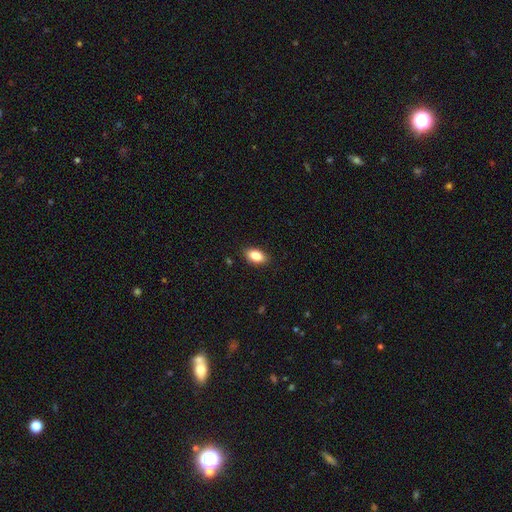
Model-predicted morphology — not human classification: Q: Smooth or featured?
A: smooth (86%); runner-up: star or artifact (8%)
Q: How rounded?
A: in between (91%); runner-up: round (5%)
Q: Merging?
A: none (87%); runner-up: minor disturbance (10%)